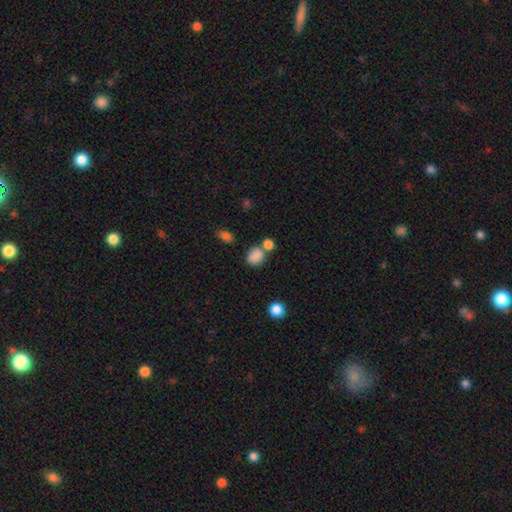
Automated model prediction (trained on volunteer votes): A smooth galaxy with no disk features (84%) that is in between round and cigar-shaped (52%). Merging: none (53%).